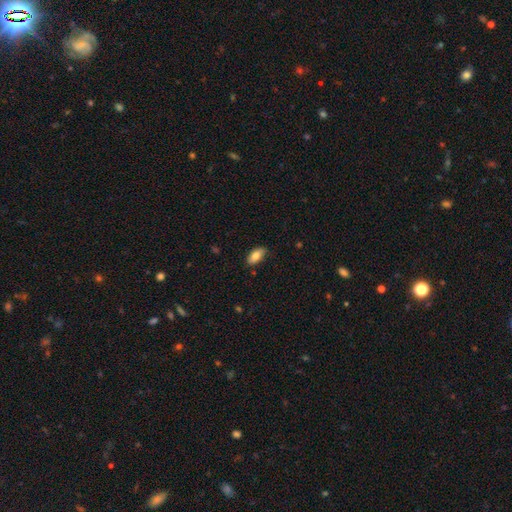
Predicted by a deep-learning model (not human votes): Overall: smooth (81%). How rounded: in between (89%). Merging: none (83%).